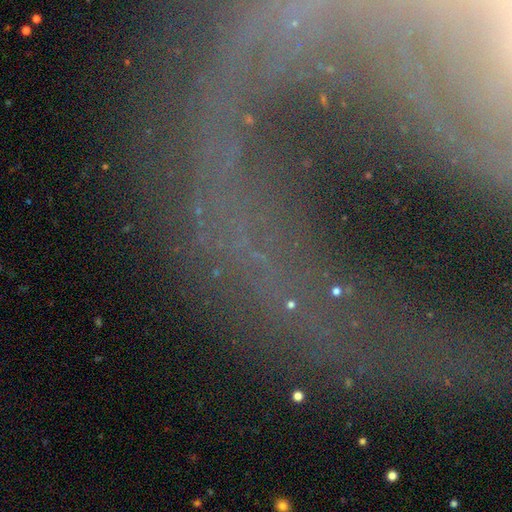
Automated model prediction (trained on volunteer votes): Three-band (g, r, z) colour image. It shows a featured or disk galaxy (50%). Merging: none (56%).